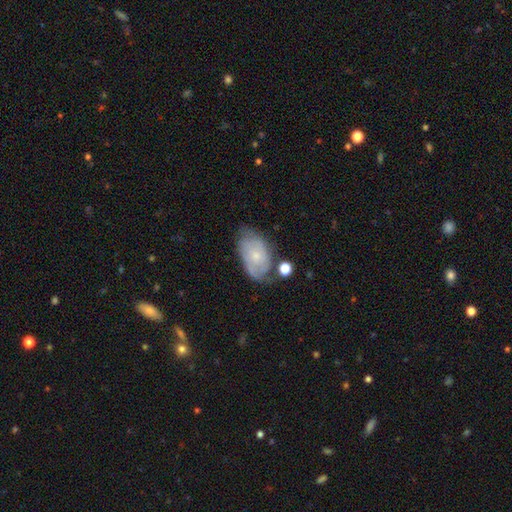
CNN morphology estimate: Smooth or featured? featured or disk (60%)
Edge-on disk? no (95%)
Bar? no (77%)
Spiral arms? yes (81%)
Bulge size? small (67%)
Merging? none (55%)